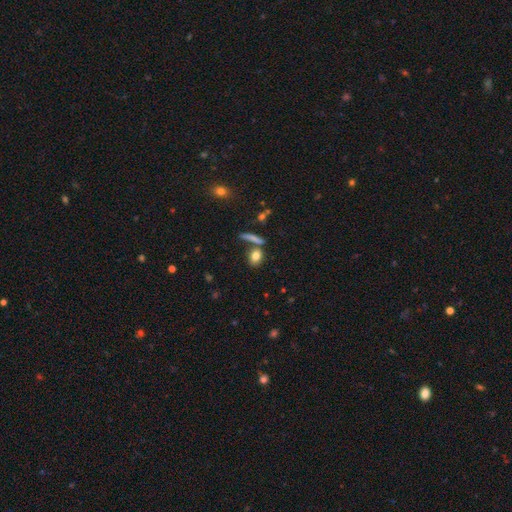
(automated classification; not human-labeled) Q: Smooth or featured?
A: smooth (79%); runner-up: featured or disk (11%)
Q: How rounded?
A: in between (57%); runner-up: round (35%)
Q: Merging?
A: none (64%); runner-up: merger (19%)